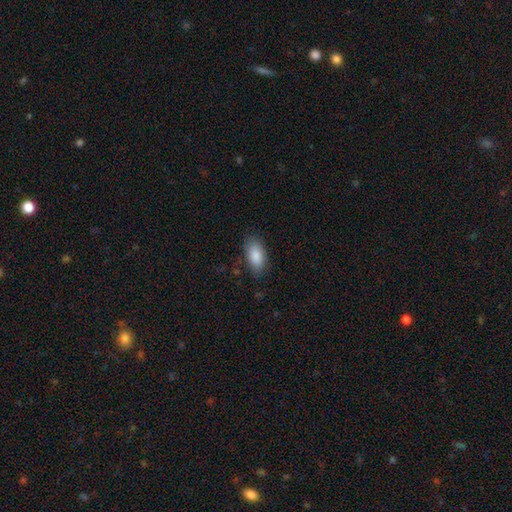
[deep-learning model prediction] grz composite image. It shows a smooth galaxy with no disk features (87%) that is in between round and cigar-shaped (92%). Merging: none (82%).